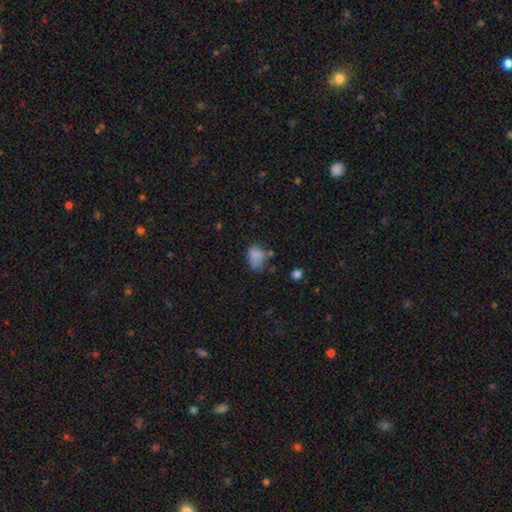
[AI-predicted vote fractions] smooth_or_featured: smooth (p=0.79) [alt: star or artifact p=0.12]
how_rounded: in between (p=0.76) [alt: round p=0.23]
merging: none (p=0.44) [alt: minor disturbance p=0.33]